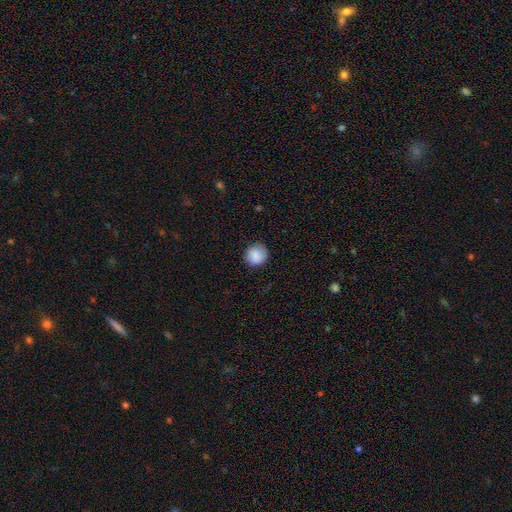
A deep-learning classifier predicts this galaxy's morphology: The model was most divided on "merging": none: 84%, minor disturbance: 12%, major disturbance: 3%, merger: 1%. More confident: how rounded — round (88%); smooth or featured — smooth (87%).